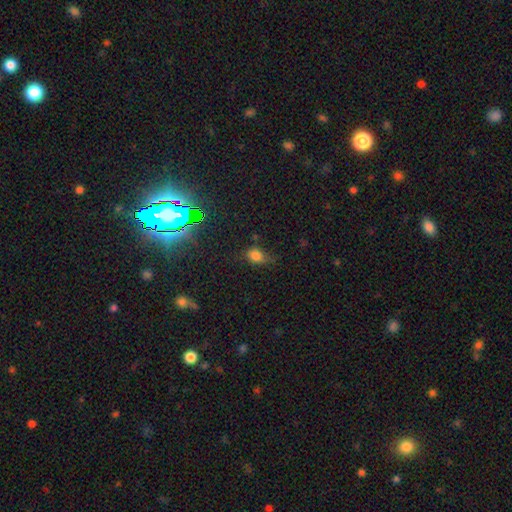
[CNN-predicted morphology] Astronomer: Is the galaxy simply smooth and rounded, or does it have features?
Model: smooth — 74%.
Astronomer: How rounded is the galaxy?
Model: in between — 58% (runner-up: round, 40%).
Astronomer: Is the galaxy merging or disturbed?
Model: none — 58%.